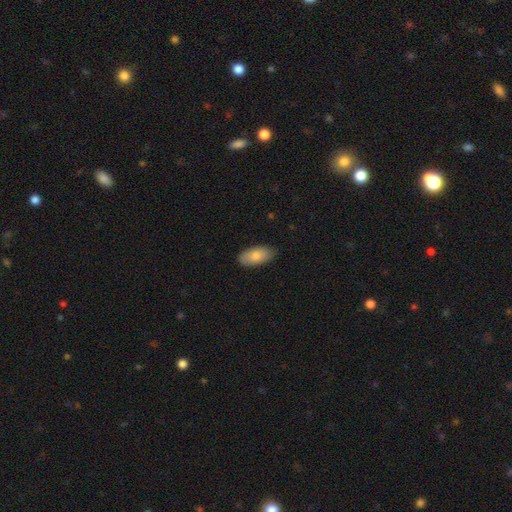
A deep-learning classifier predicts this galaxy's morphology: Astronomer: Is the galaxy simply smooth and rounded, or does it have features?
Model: smooth — 82%.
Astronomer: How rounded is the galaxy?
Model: in between — 92%.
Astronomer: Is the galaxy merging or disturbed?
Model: none — 84%.